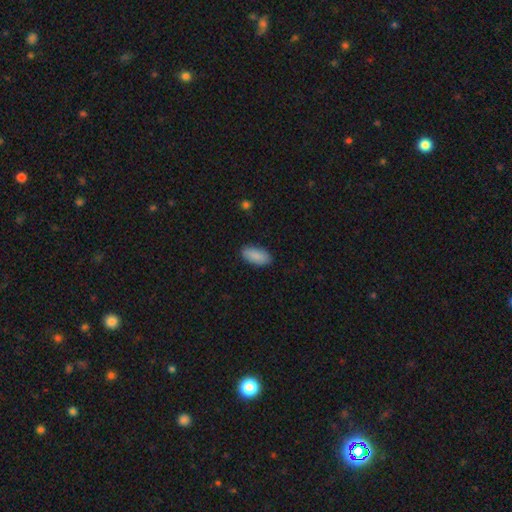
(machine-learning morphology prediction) smooth_or_featured: smooth (p=0.90) [alt: star or artifact p=0.06]
how_rounded: in between (p=0.91) [alt: cigar-shaped p=0.07]
merging: none (p=0.89) [alt: minor disturbance p=0.08]